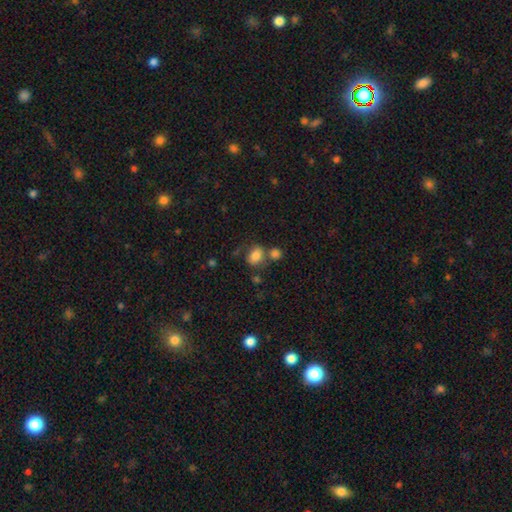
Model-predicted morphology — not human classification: Smooth or featured?
  - smooth: 80% *
  - star or artifact: 11%
  - featured or disk: 9%
How rounded?
  - in between: 61% *
  - round: 38%
  - cigar-shaped: 1%
Merging?
  - none: 50% *
  - merger: 29%
  - minor disturbance: 15%
  - major disturbance: 7%